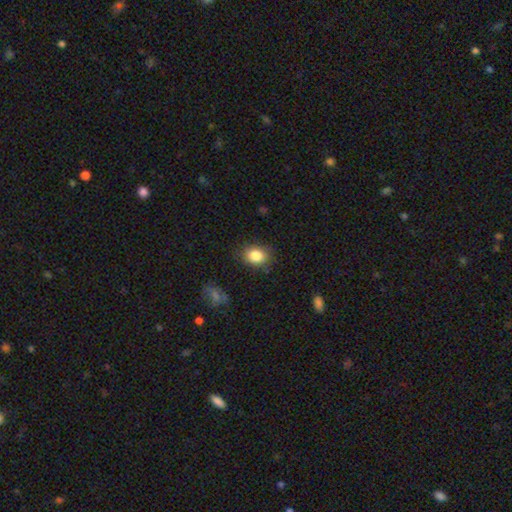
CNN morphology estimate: smooth_or_featured: smooth (p=0.85) [alt: star or artifact p=0.09]
how_rounded: in between (p=0.54) [alt: round p=0.45]
merging: none (p=0.81) [alt: minor disturbance p=0.14]